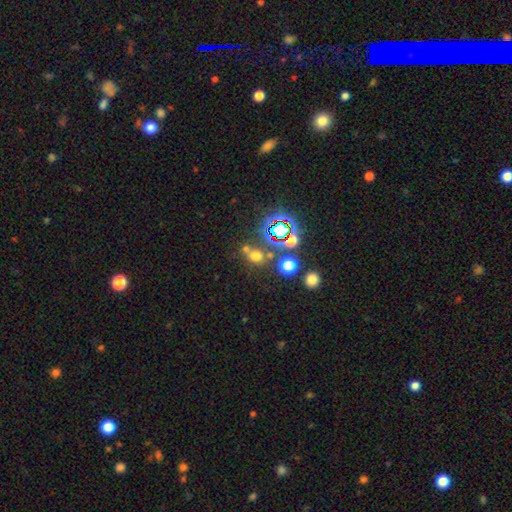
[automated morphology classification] This appears to be a smooth galaxy with no disk features (56%) that is round (63%). Merging: none (63%).